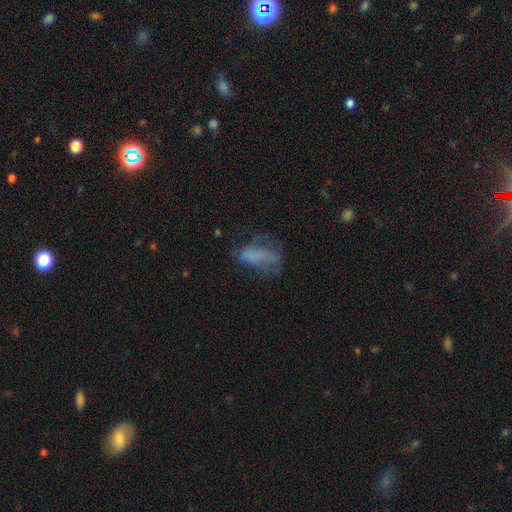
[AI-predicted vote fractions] Smooth or featured? Predicted: smooth (p=0.45). Merging? Predicted: major disturbance (p=0.39).